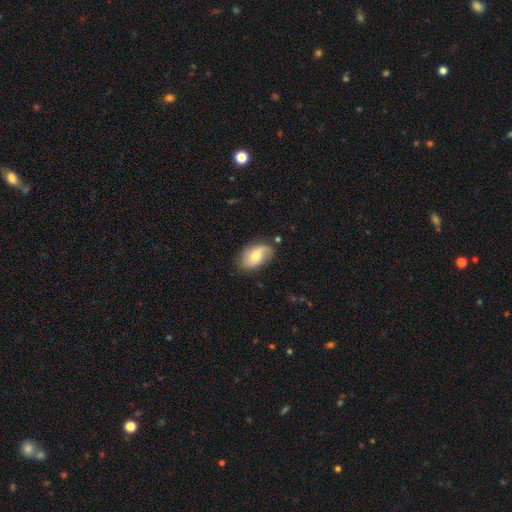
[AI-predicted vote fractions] Q: Smooth or featured?
A: smooth (52%); runner-up: featured or disk (42%)
Q: How rounded?
A: in between (91%); runner-up: round (7%)
Q: Merging?
A: none (70%); runner-up: minor disturbance (22%)